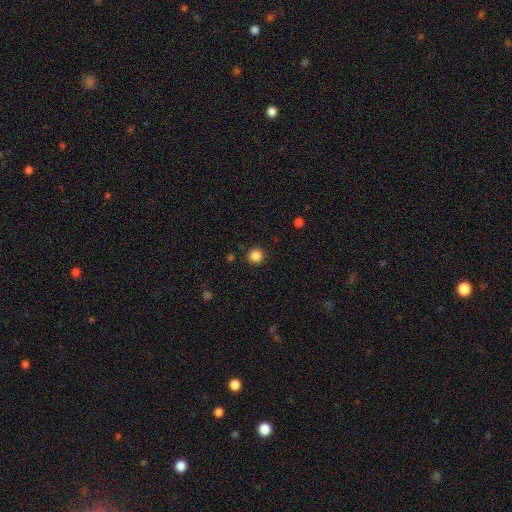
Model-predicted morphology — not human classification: Q: Smooth or featured?
A: smooth (85%); runner-up: star or artifact (12%)
Q: How rounded?
A: round (95%); runner-up: in between (4%)
Q: Merging?
A: none (91%); runner-up: minor disturbance (6%)